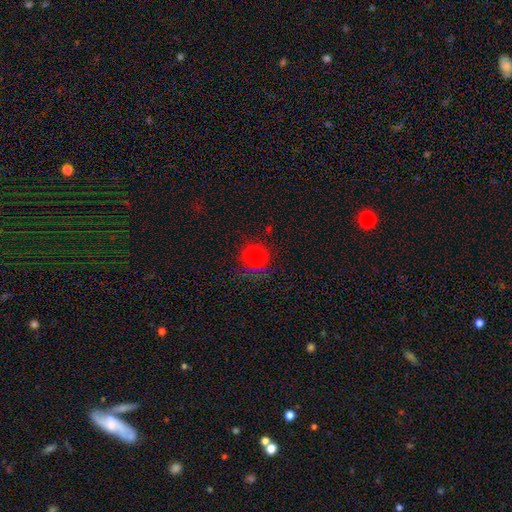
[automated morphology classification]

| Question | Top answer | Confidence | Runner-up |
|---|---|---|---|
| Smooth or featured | smooth | 77% | star or artifact (17%) |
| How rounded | round | 90% | in between (9%) |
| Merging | none | 79% | minor disturbance (14%) |